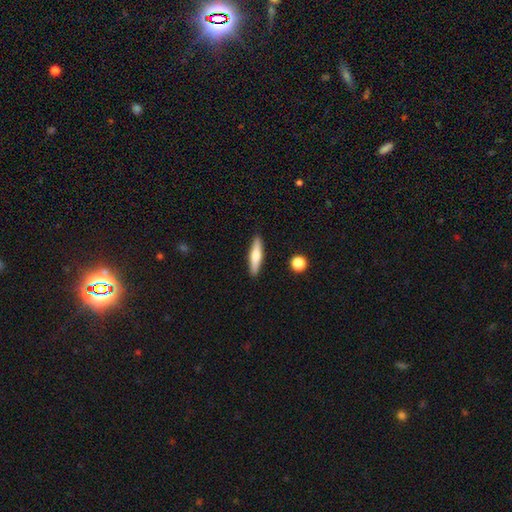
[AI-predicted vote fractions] A smooth galaxy with no disk features (63%) that is cigar-shaped (80%).

Vote fractions:
- Smooth or featured? smooth: 63% / featured or disk: 31% / star or artifact: 6%
- How rounded? cigar-shaped: 80% / in between: 18% / round: 2%
- Merging? none: 89% / minor disturbance: 7% / merger: 2% / major disturbance: 2%